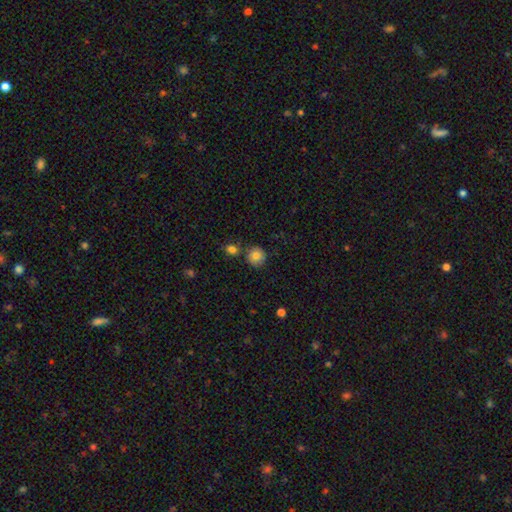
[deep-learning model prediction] smooth 82%, featured or disk 9%, star or artifact 9%. Down the decision tree: how rounded — round (91%); merging — none (76%).